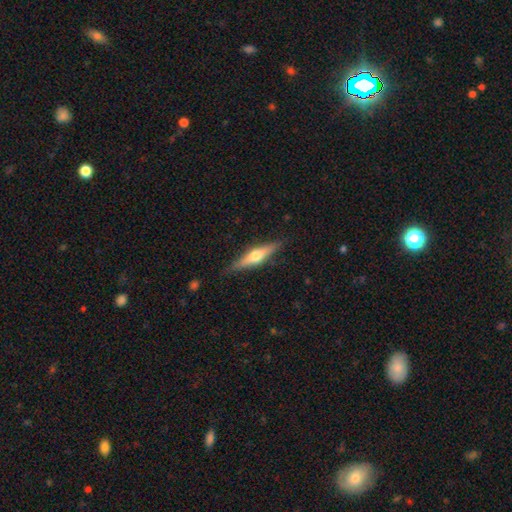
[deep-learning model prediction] A featured or disk galaxy (60%) viewed edge-on (95%) with a rounded central bulge (92%). Merging: none (86%).